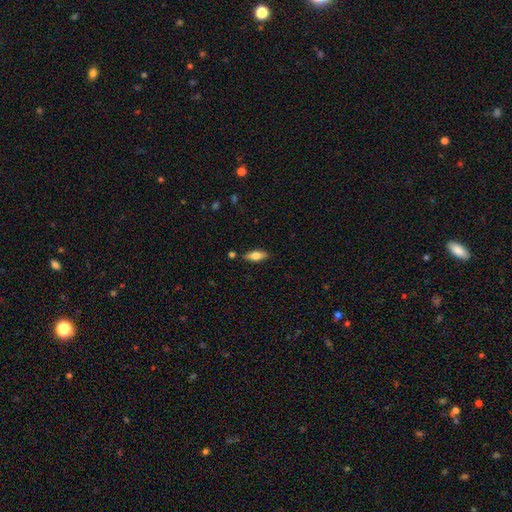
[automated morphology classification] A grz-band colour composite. It shows a smooth galaxy with no disk features (68%) that is in between round and cigar-shaped (73%). Merging: none (83%).